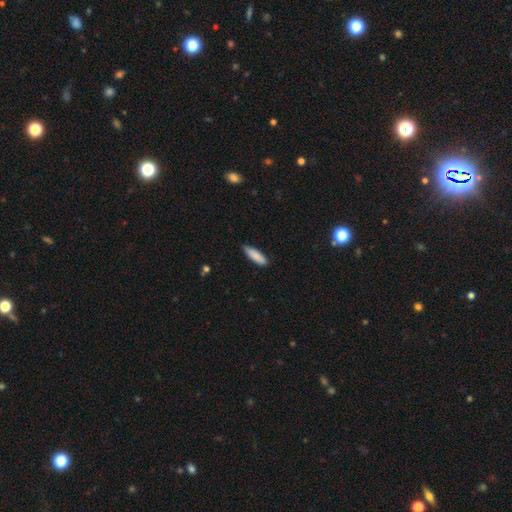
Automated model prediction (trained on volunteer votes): A smooth galaxy with no disk features (87%) that is cigar-shaped (60%). Merging: none (82%).